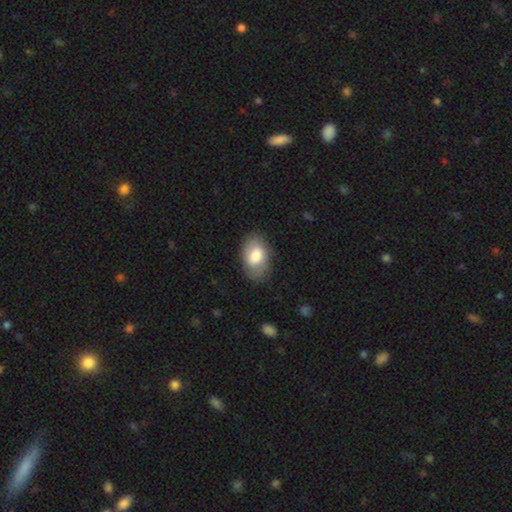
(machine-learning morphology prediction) Smooth or featured: smooth — 76% (featured or disk — 18%)
How rounded: in between — 88% (round — 11%)
Merging: none — 78% (minor disturbance — 16%)